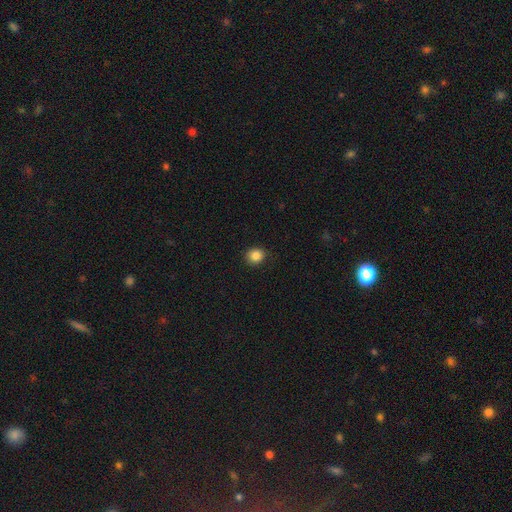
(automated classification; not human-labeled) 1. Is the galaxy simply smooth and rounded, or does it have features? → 85% smooth, 10% star or artifact, 4% featured or disk.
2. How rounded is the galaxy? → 82% round, 17% in between, 1% cigar-shaped.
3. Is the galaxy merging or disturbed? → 89% none, 8% minor disturbance, 2% major disturbance, 1% merger.